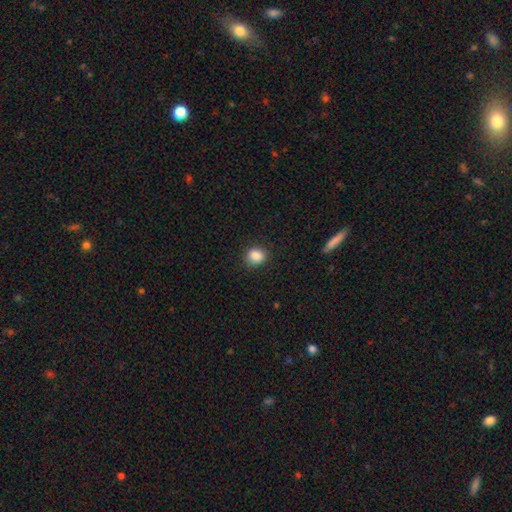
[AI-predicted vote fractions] Morphology: type=smooth (87%); roundness=round (67%); merging=none (86%).